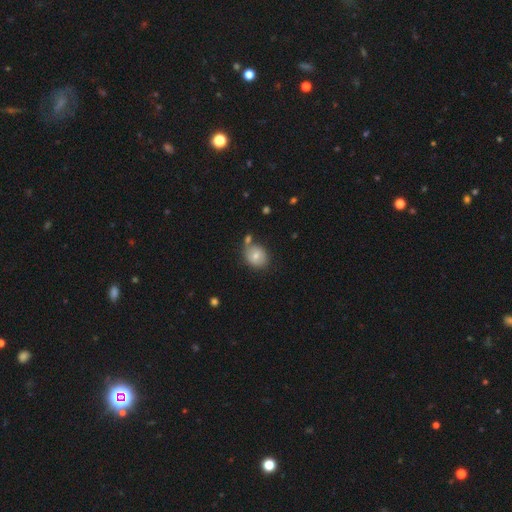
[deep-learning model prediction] Smooth or featured? Predicted: smooth (p=0.75). How rounded? Predicted: round (p=0.55). Merging? Predicted: none (p=0.61).